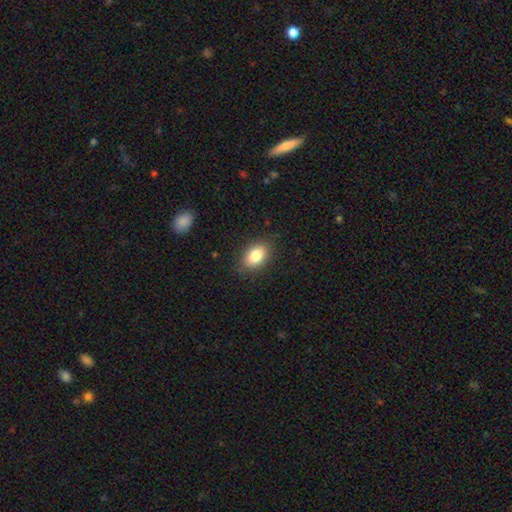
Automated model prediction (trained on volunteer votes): Morphology: type=smooth (83%); roundness=in between (82%); merging=none (83%).